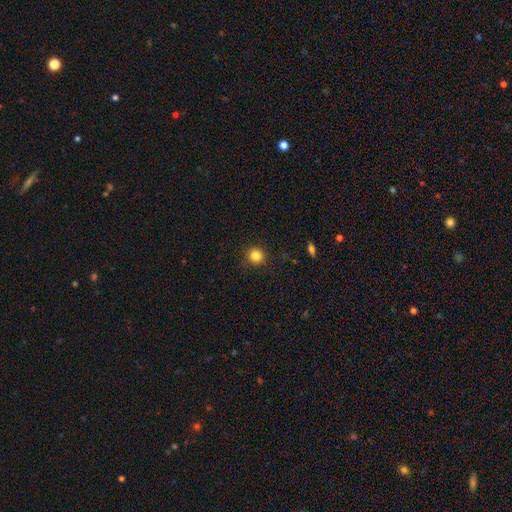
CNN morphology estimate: smooth_or_featured: smooth (p=0.84) [alt: star or artifact p=0.12]
how_rounded: round (p=0.92) [alt: in between p=0.07]
merging: none (p=0.90) [alt: minor disturbance p=0.07]